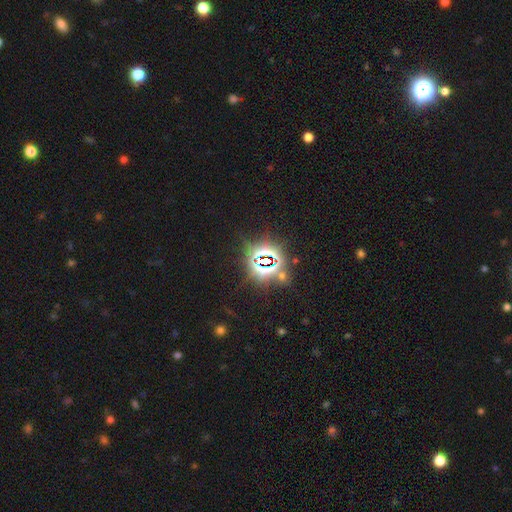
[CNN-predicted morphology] This appears to be a star or artifact, not a galaxy (82%).